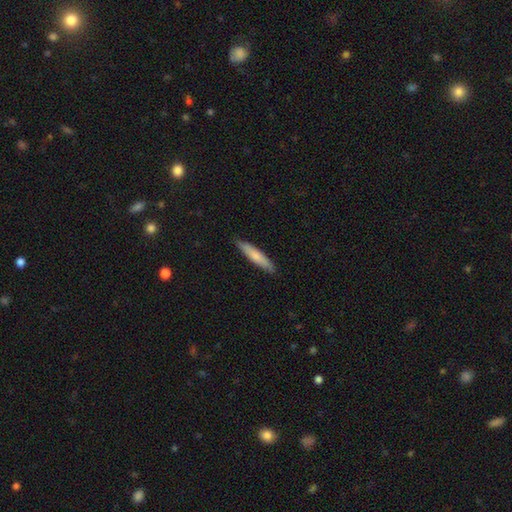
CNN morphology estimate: type=smooth (73%); roundness=cigar-shaped (88%); merging=none (88%).